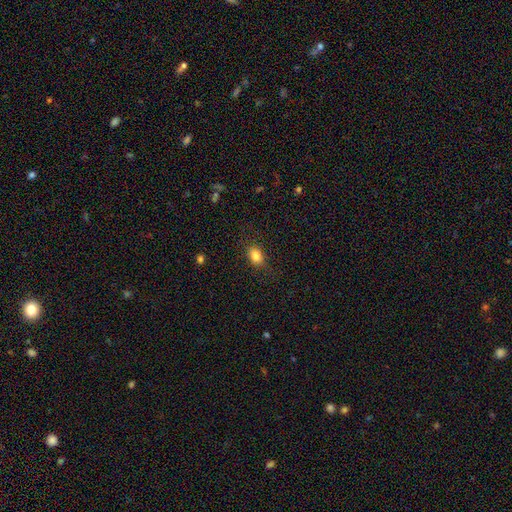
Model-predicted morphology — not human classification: smooth_or_featured: smooth (p=0.84) [alt: star or artifact p=0.10]
how_rounded: in between (p=0.70) [alt: round p=0.29]
merging: none (p=0.83) [alt: minor disturbance p=0.12]